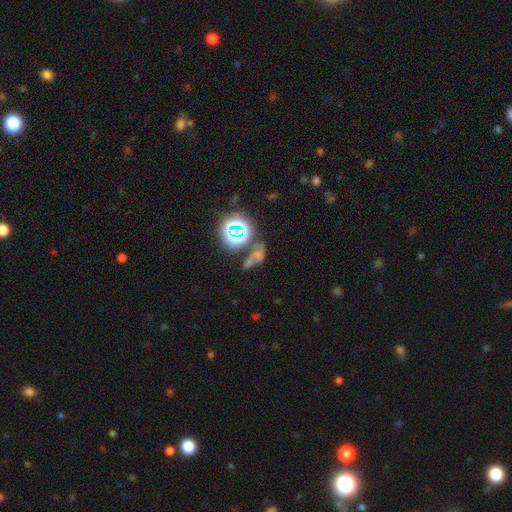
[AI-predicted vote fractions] Smooth or featured? star or artifact (42%)